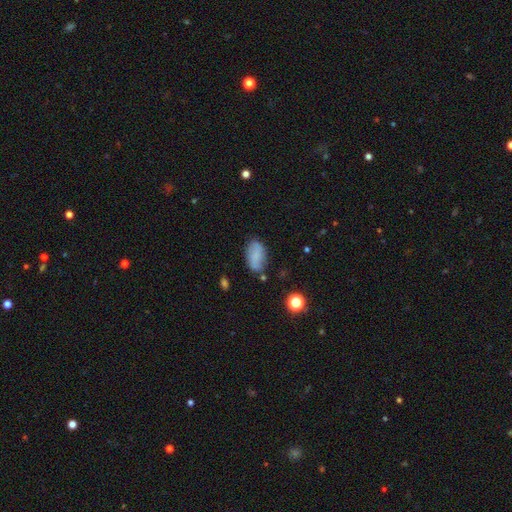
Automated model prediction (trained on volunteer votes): smooth_or_featured: smooth (p=0.75) [alt: featured or disk p=0.16]
how_rounded: in between (p=0.92) [alt: round p=0.06]
merging: none (p=0.71) [alt: minor disturbance p=0.20]